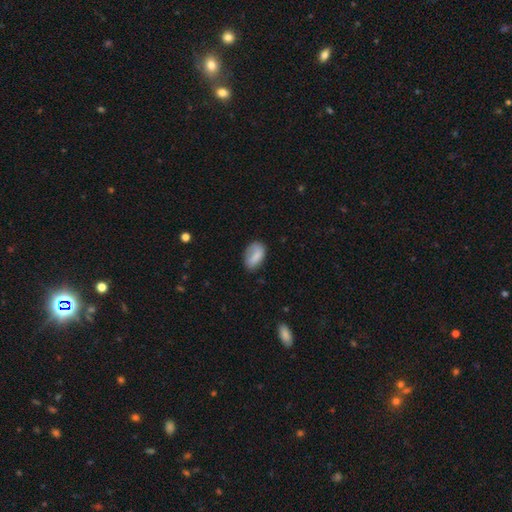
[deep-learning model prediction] Overall: smooth (81%). How rounded: in between (91%). Merging: none (64%; minor disturbance 26%).